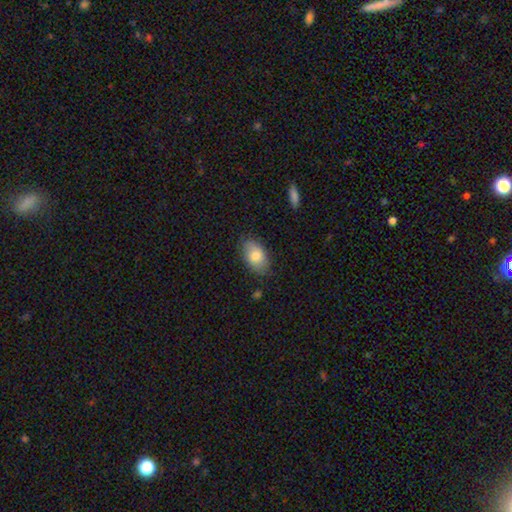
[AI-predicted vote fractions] smooth 80%, featured or disk 14%, star or artifact 7%. Down the decision tree: how rounded — in between (92%); merging — none (78%).